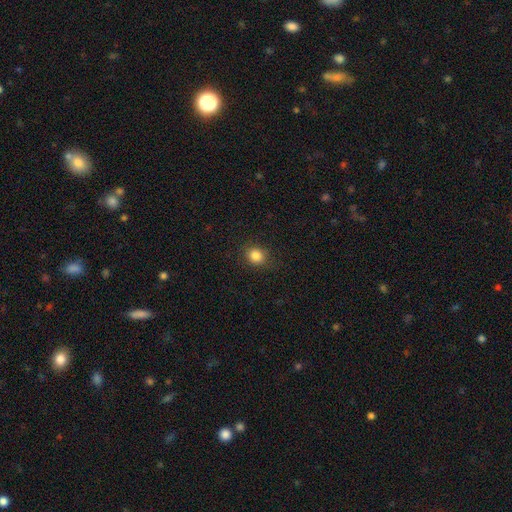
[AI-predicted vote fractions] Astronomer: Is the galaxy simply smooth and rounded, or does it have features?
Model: smooth — 84%.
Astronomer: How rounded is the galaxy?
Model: round — 80%.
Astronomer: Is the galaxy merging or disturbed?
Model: none — 85%.